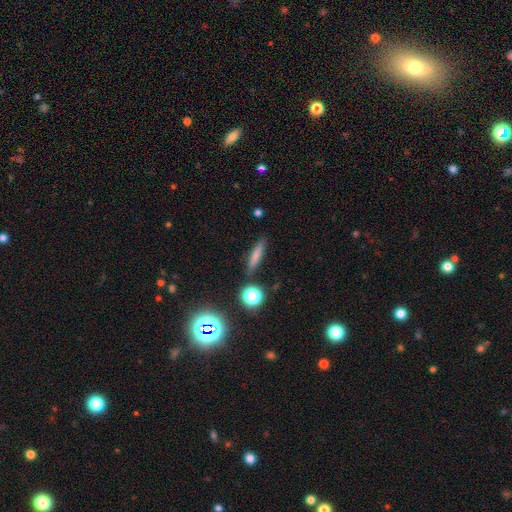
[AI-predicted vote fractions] A smooth galaxy with no disk features (70%) that is cigar-shaped (81%). Merging: none (85%).